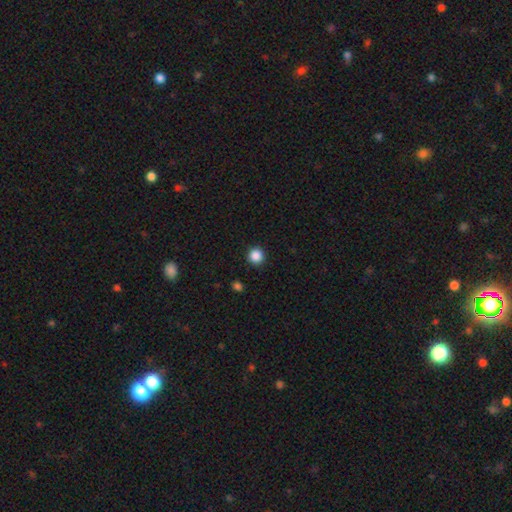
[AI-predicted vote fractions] The model was most divided on "smooth or featured": smooth: 87%, star or artifact: 11%, featured or disk: 2%. More confident: how rounded — round (95%); merging — none (92%).